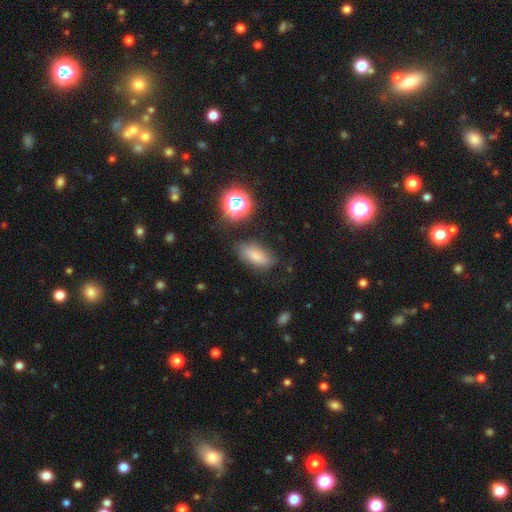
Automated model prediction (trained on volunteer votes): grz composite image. It shows a smooth galaxy with no disk features (78%) that is in between round and cigar-shaped (80%). Merging: none (77%).